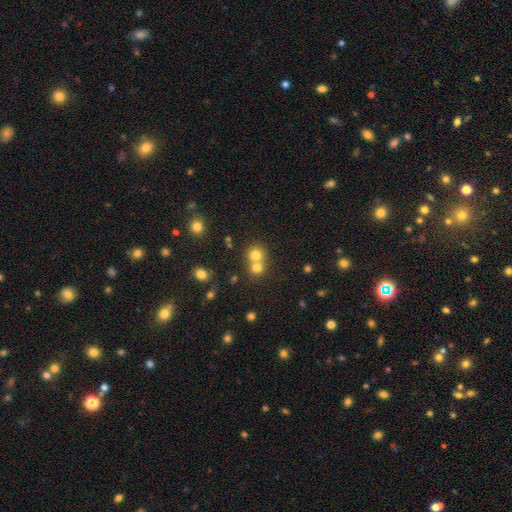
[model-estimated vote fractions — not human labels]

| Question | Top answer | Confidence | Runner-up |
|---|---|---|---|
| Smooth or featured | smooth | 75% | star or artifact (14%) |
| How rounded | round | 86% | in between (13%) |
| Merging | merger | 51% | none (42%) |